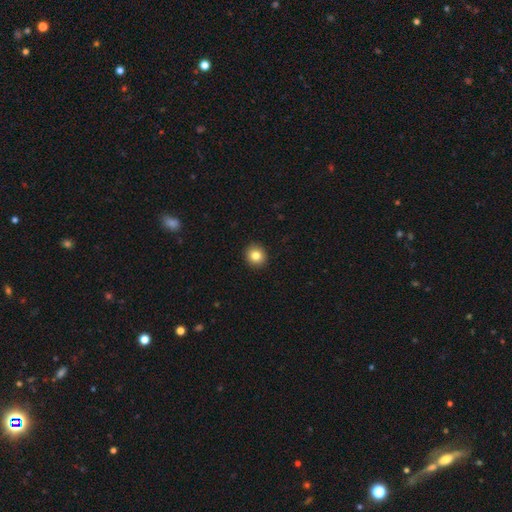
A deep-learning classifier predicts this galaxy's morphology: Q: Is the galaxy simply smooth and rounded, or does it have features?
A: smooth — 82%.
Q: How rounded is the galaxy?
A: round — 87%.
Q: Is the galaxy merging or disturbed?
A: none — 93%.